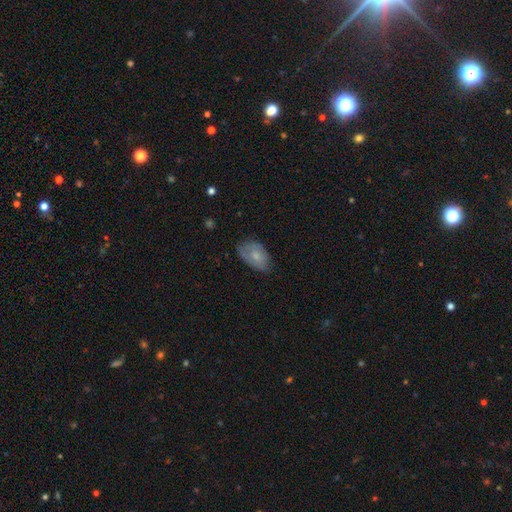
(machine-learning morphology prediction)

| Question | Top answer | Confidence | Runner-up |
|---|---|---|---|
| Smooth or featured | smooth | 66% | featured or disk (27%) |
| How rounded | in between | 90% | round (8%) |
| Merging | none | 58% | minor disturbance (31%) |